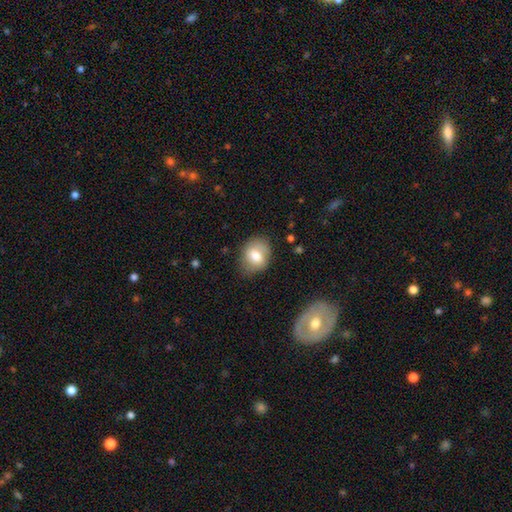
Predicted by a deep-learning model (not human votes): smooth 73%, featured or disk 19%, star or artifact 8%. Down the decision tree: how rounded — round (50%); merging — none (70%).